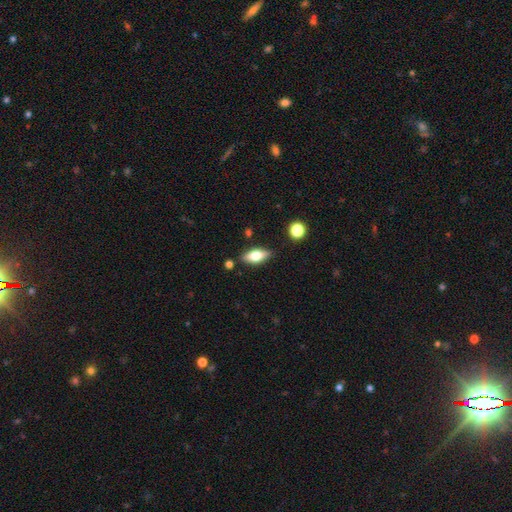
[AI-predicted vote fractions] smooth 64%, featured or disk 29%, star or artifact 7%. Down the decision tree: how rounded — in between (79%); merging — none (82%).